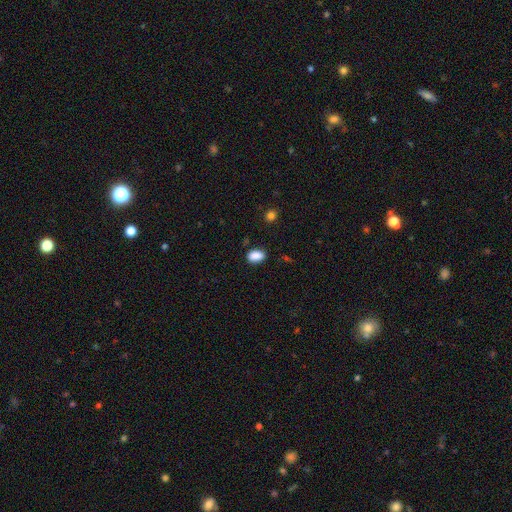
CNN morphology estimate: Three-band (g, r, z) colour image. It shows a smooth galaxy with no disk features (88%) that is in between round and cigar-shaped (87%). Merging: none (81%).